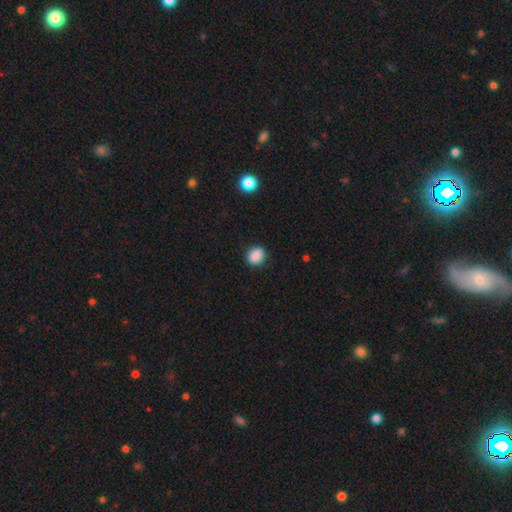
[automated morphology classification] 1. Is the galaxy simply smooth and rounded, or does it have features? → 88% smooth, 9% star or artifact, 3% featured or disk.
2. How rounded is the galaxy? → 60% round, 39% in between, 1% cigar-shaped.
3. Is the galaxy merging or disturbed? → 89% none, 8% minor disturbance, 2% major disturbance, 1% merger.